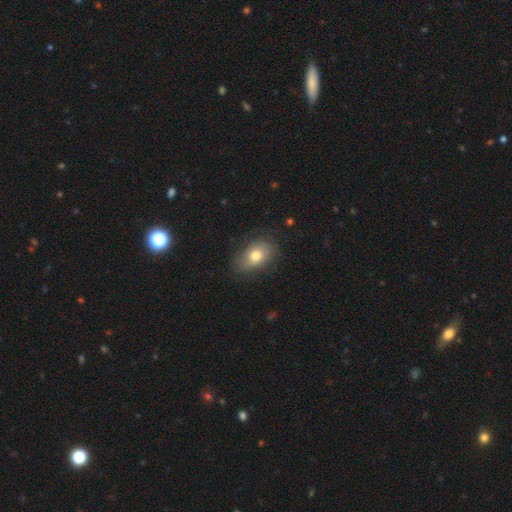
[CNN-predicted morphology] This is likely a smooth galaxy (73%). How rounded: clearly in between (85%). Merging: likely none (73%).